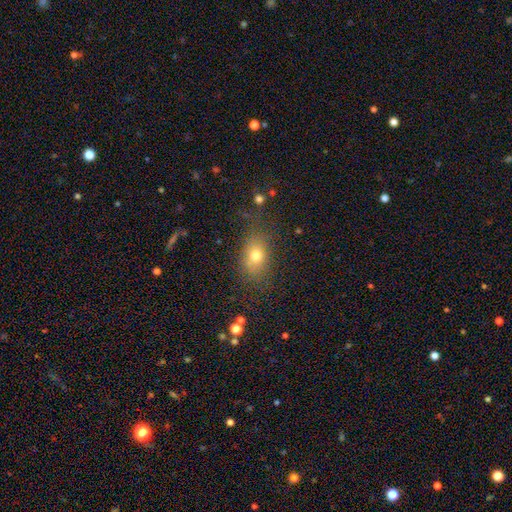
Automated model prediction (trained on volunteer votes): Smooth or featured? Predicted: smooth (p=0.73). How rounded? Predicted: in between (p=0.69). Merging? Predicted: none (p=0.73).